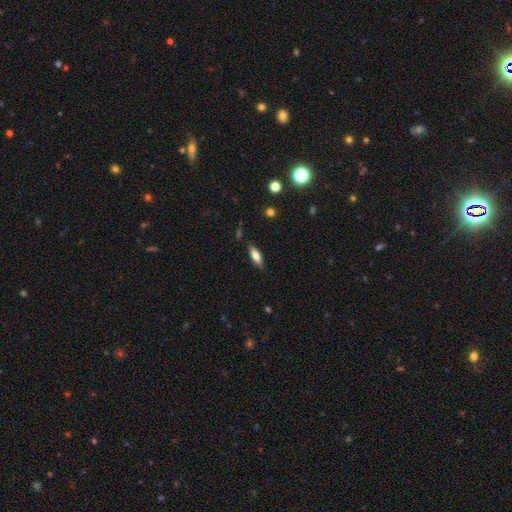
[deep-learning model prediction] smooth_or_featured: smooth (p=0.56) [alt: featured or disk p=0.37]
how_rounded: in between (p=0.52) [alt: cigar-shaped p=0.46]
merging: none (p=0.82) [alt: minor disturbance p=0.13]